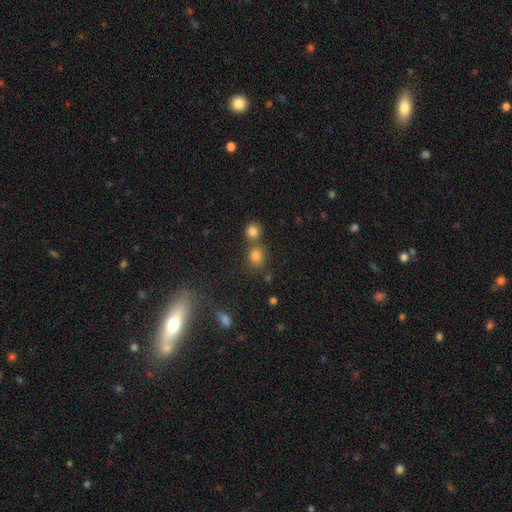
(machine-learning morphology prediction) Smooth or featured?
  - smooth: 77% *
  - star or artifact: 16%
  - featured or disk: 7%
How rounded?
  - round: 70% *
  - in between: 28%
  - cigar-shaped: 1%
Merging?
  - none: 54% *
  - merger: 34%
  - minor disturbance: 8%
  - major disturbance: 4%